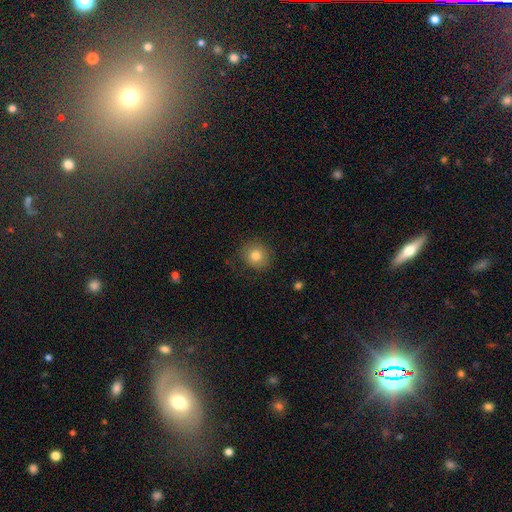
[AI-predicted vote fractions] smooth-or-featured: smooth: 81% | star or artifact: 10% | featured or disk: 9%
  how-rounded: round: 86% | in between: 13% | cigar-shaped: 1%
  merging: none: 84% | minor disturbance: 12% | major disturbance: 4% | merger: 1%